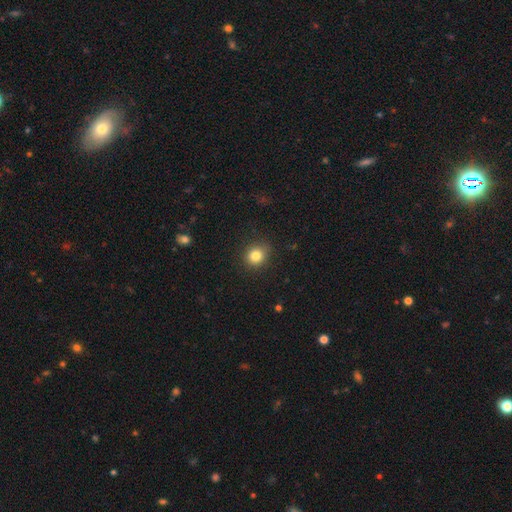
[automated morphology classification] smooth_or_featured: smooth (p=0.82) [alt: star or artifact p=0.11]
how_rounded: round (p=0.77) [alt: in between p=0.22]
merging: none (p=0.84) [alt: minor disturbance p=0.12]